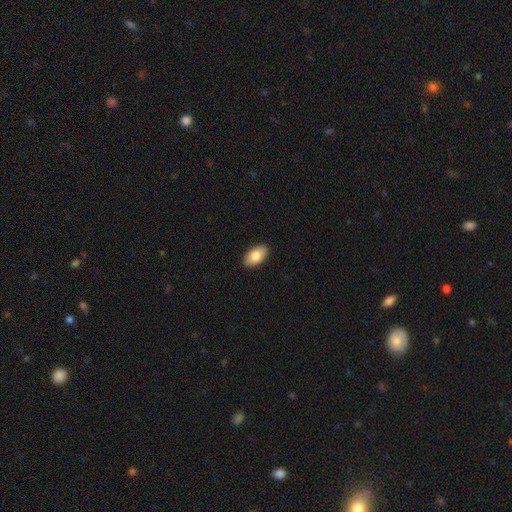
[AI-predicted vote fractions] Morphology: type=smooth (82%); roundness=in between (94%); merging=none (90%).